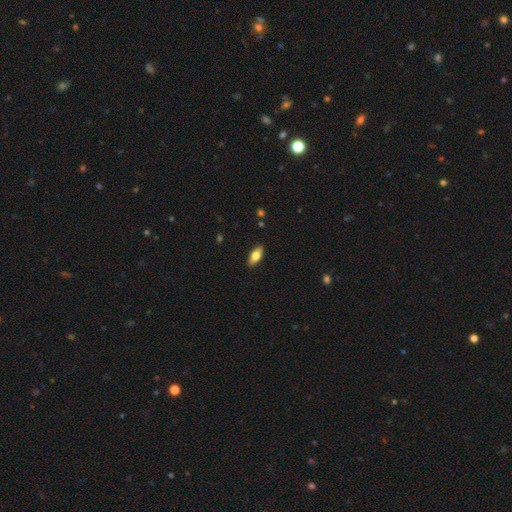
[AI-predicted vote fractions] Smooth or featured?
  - smooth: 68% *
  - featured or disk: 25%
  - star or artifact: 7%
How rounded?
  - in between: 79% *
  - cigar-shaped: 18%
  - round: 3%
Merging?
  - none: 89% *
  - minor disturbance: 8%
  - major disturbance: 2%
  - merger: 1%